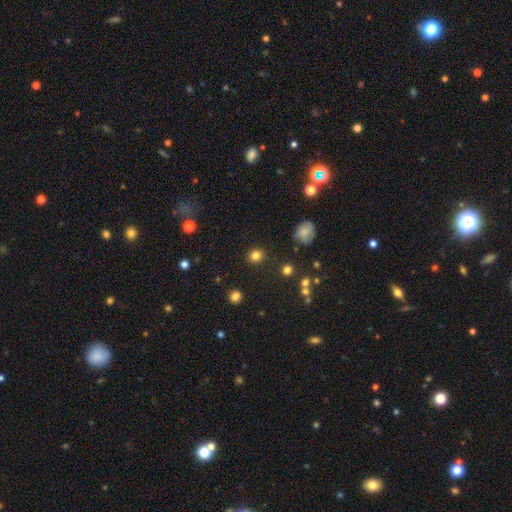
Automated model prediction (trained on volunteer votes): Q: Smooth or featured?
A: smooth (82%); runner-up: star or artifact (13%)
Q: How rounded?
A: round (85%); runner-up: in between (14%)
Q: Merging?
A: none (88%); runner-up: minor disturbance (8%)